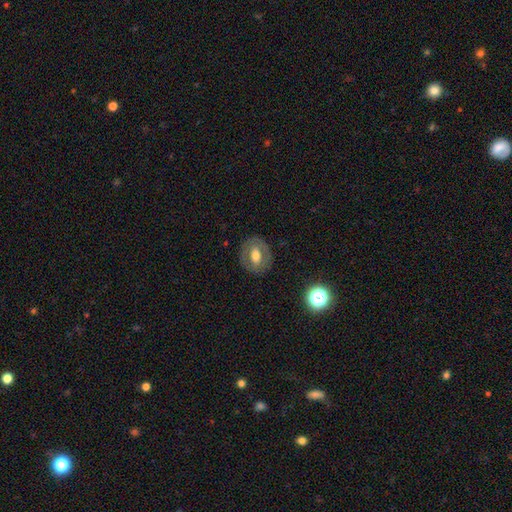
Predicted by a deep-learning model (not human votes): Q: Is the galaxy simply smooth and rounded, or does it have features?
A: smooth — 47%.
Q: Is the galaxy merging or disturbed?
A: none — 82%.